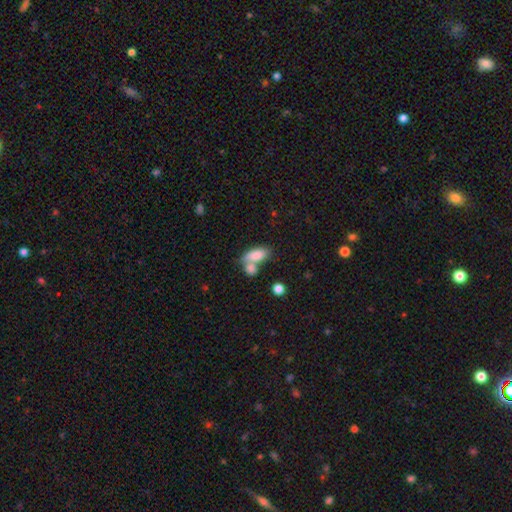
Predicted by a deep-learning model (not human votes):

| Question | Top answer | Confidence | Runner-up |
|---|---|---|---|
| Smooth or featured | smooth | 81% | featured or disk (12%) |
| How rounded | in between | 85% | cigar-shaped (10%) |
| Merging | merger | 51% | none (33%) |